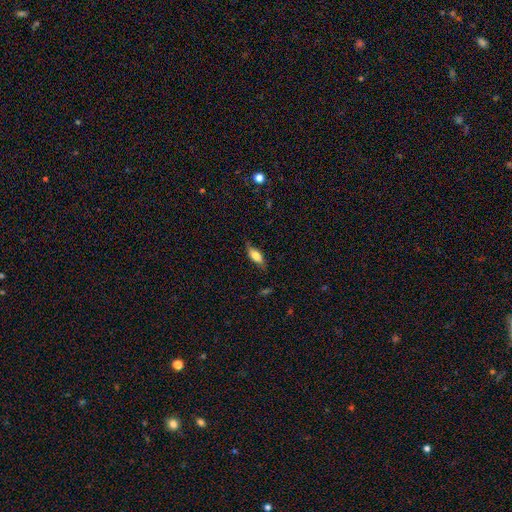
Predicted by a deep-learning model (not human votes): smooth-or-featured: smooth: 71% | featured or disk: 22% | star or artifact: 7%
  how-rounded: in between: 72% | cigar-shaped: 25% | round: 3%
  merging: none: 76% | minor disturbance: 19% | major disturbance: 4% | merger: 1%